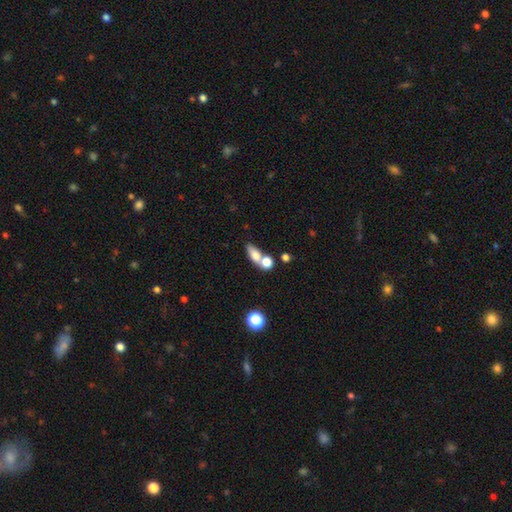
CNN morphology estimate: type=smooth (71%); roundness=in between (64%); merging=merger (47%).